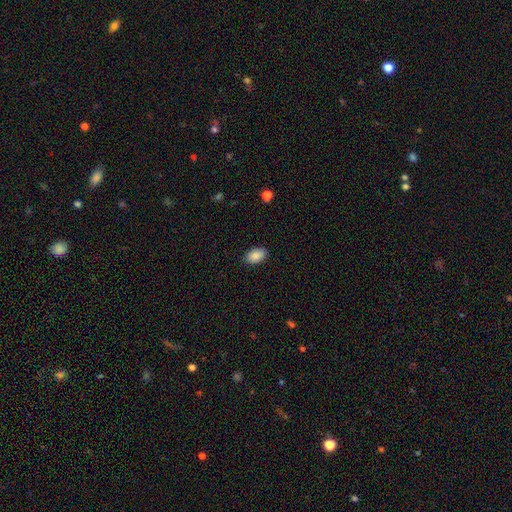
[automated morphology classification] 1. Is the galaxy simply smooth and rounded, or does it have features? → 88% smooth, 7% star or artifact, 5% featured or disk.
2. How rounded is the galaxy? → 92% in between, 7% round, 1% cigar-shaped.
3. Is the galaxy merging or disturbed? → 88% none, 9% minor disturbance, 2% major disturbance, 1% merger.